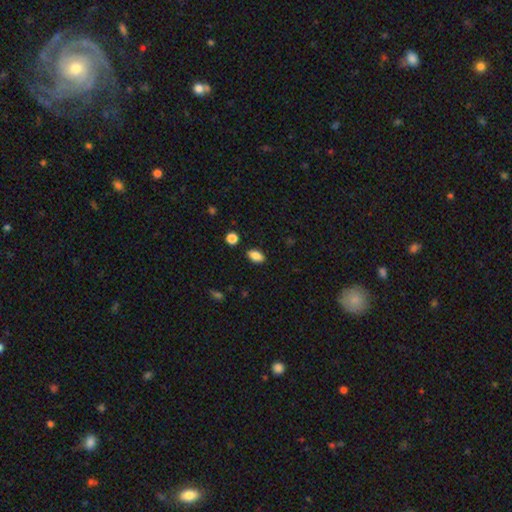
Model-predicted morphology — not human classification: smooth_or_featured: smooth (p=0.86) [alt: star or artifact p=0.09]
how_rounded: in between (p=0.90) [alt: round p=0.08]
merging: none (p=0.87) [alt: minor disturbance p=0.09]